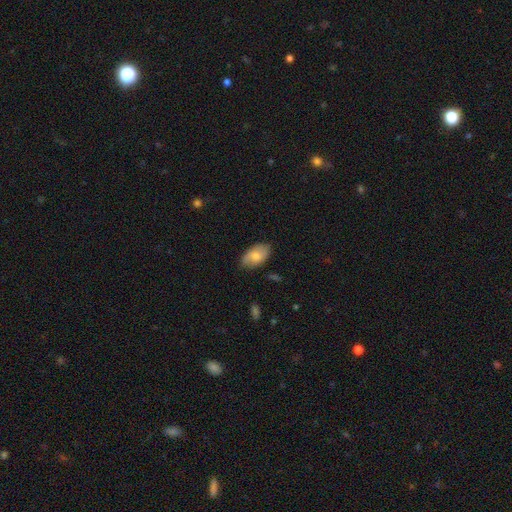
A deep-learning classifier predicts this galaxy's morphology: Smooth or featured: smooth — 69% (featured or disk — 24%)
How rounded: in between — 93% (round — 5%)
Merging: none — 78% (minor disturbance — 18%)